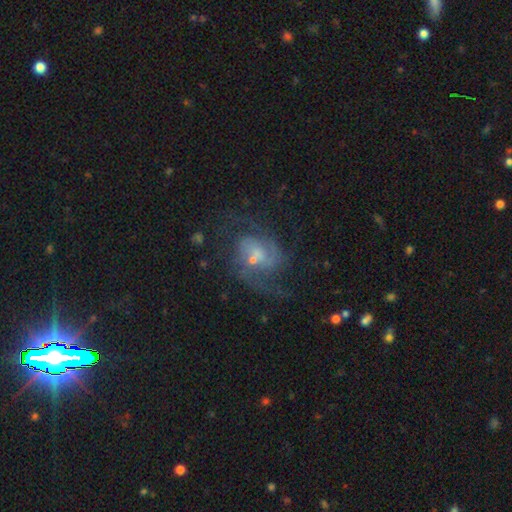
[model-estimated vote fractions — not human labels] Overall: featured or disk (78%). Edge-on disk: no (98%). Bar: no (55%; weak 38%). Spiral arms: yes (90%). Spiral arm count: 2 (57%; can't tell 18%). Spiral winding: medium (50%; tight 25%). Bulge size: small (59%; moderate 29%). Merging: none (54%; major disturbance 21%).